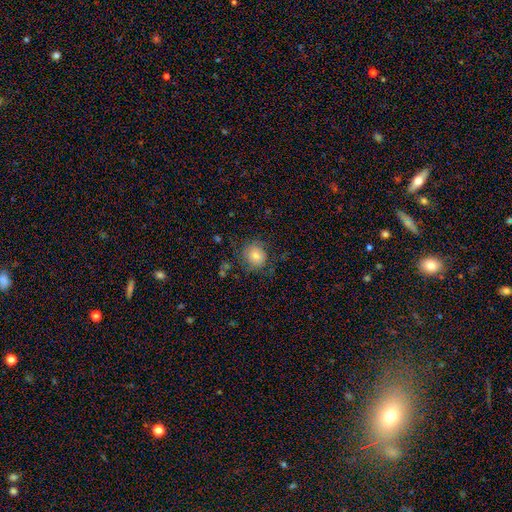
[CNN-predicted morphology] smooth_or_featured: smooth (p=0.69) [alt: featured or disk p=0.20]
how_rounded: round (p=0.82) [alt: in between p=0.17]
merging: none (p=0.71) [alt: minor disturbance p=0.18]